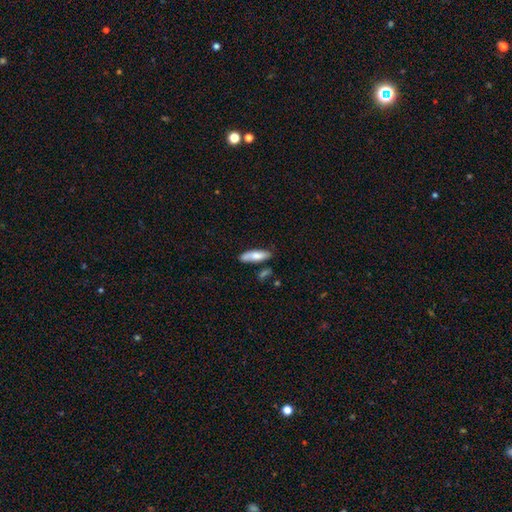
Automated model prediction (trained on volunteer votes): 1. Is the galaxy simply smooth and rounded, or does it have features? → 73% smooth, 21% featured or disk, 6% star or artifact.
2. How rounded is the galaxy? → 53% cigar-shaped, 45% in between, 2% round.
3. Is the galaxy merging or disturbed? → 70% none, 19% minor disturbance, 7% merger, 4% major disturbance.